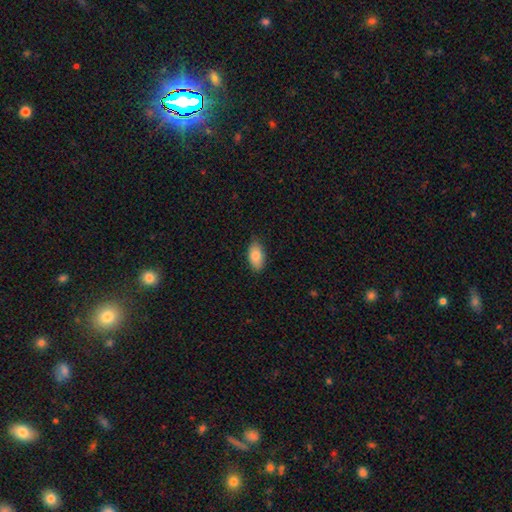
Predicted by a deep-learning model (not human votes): Q: Smooth or featured?
A: smooth (84%); runner-up: featured or disk (9%)
Q: How rounded?
A: in between (93%); runner-up: round (4%)
Q: Merging?
A: none (85%); runner-up: minor disturbance (12%)